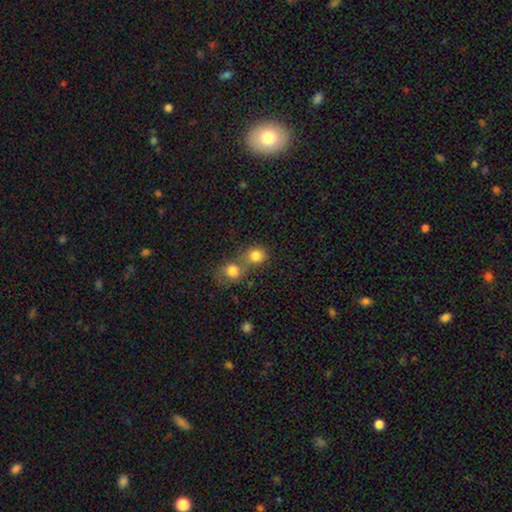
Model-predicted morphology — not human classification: Smooth or featured?
  - smooth: 83% *
  - star or artifact: 10%
  - featured or disk: 7%
How rounded?
  - round: 83% *
  - in between: 16%
  - cigar-shaped: 1%
Merging?
  - merger: 46% *
  - none: 43%
  - minor disturbance: 7%
  - major disturbance: 3%